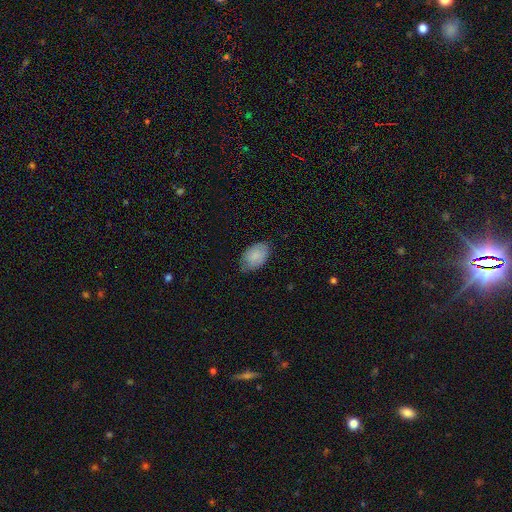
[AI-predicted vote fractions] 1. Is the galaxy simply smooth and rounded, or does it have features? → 84% smooth, 9% featured or disk, 6% star or artifact.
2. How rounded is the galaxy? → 92% in between, 7% round, 1% cigar-shaped.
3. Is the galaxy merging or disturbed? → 74% none, 22% minor disturbance, 3% major disturbance, 1% merger.